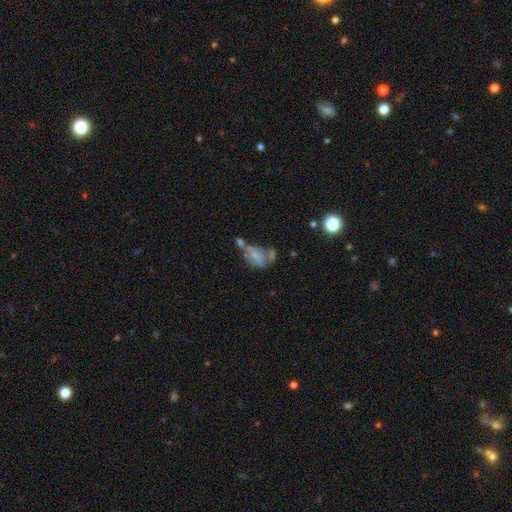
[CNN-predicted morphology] type=featured or disk (44%, tied with smooth); merging=merger (39%).